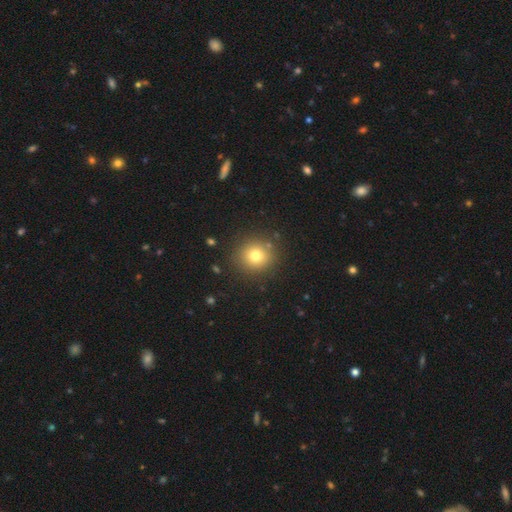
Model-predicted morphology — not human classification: Smooth or featured?
  - smooth: 75% *
  - star or artifact: 15%
  - featured or disk: 11%
How rounded?
  - round: 90% *
  - in between: 9%
  - cigar-shaped: 1%
Merging?
  - none: 88% *
  - minor disturbance: 7%
  - major disturbance: 3%
  - merger: 2%